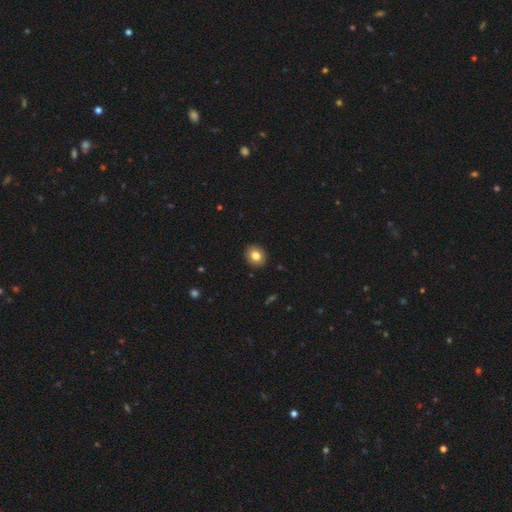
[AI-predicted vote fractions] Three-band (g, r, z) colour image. It shows a smooth galaxy with no disk features (81%) that is round (67%). Merging: none (91%).